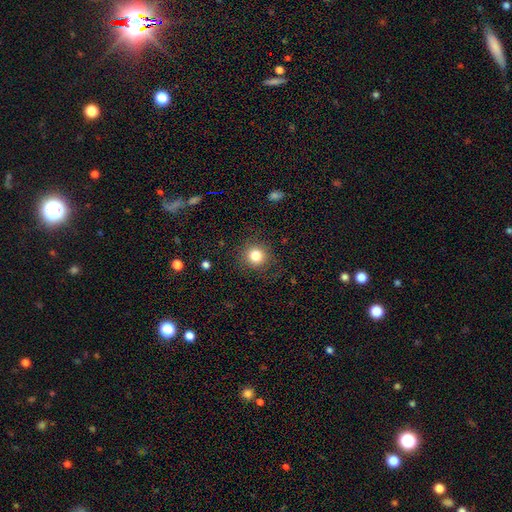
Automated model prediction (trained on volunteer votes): Smooth or featured? Predicted: smooth (p=0.81). How rounded? Predicted: round (p=0.90). Merging? Predicted: none (p=0.85).